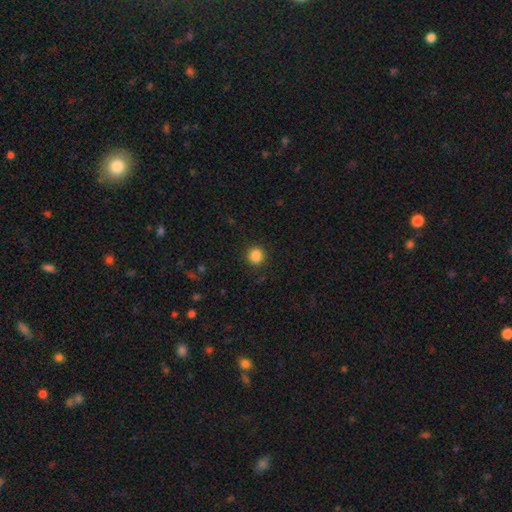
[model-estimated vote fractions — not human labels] This appears to be a smooth galaxy with no disk features (86%) that is round (92%). Merging: none (90%).